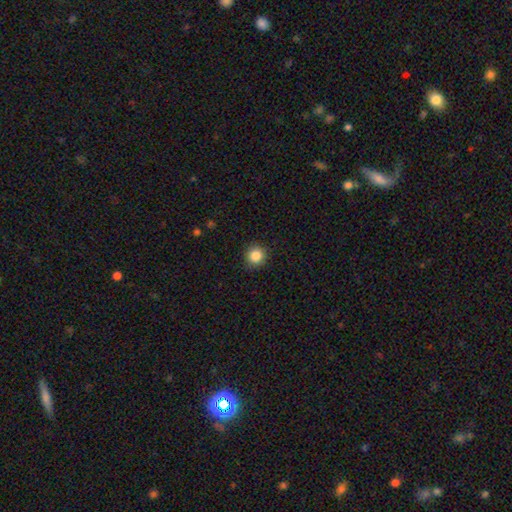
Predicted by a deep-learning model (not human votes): A smooth galaxy with no disk features (86%) that is round (93%).

Vote fractions:
- Smooth or featured? smooth: 86% / star or artifact: 10% / featured or disk: 4%
- How rounded? round: 93% / in between: 6% / cigar-shaped: 1%
- Merging? none: 90% / minor disturbance: 7% / major disturbance: 2% / merger: 1%